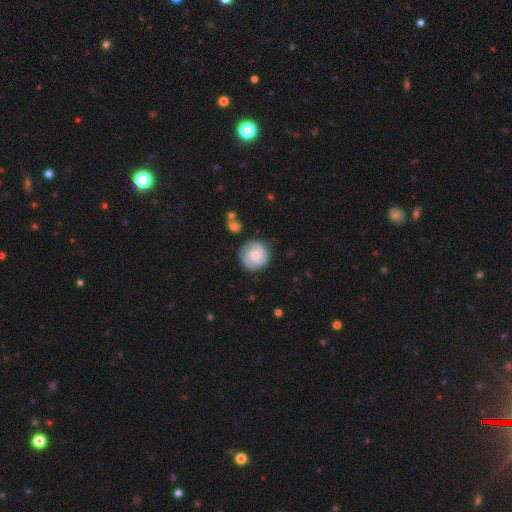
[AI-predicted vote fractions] Smooth or featured? featured or disk (53%)
Edge-on disk? no (98%)
Bar? no (68%)
Spiral arms? yes (89%)
Bulge size? small (46%)
Merging? none (81%)